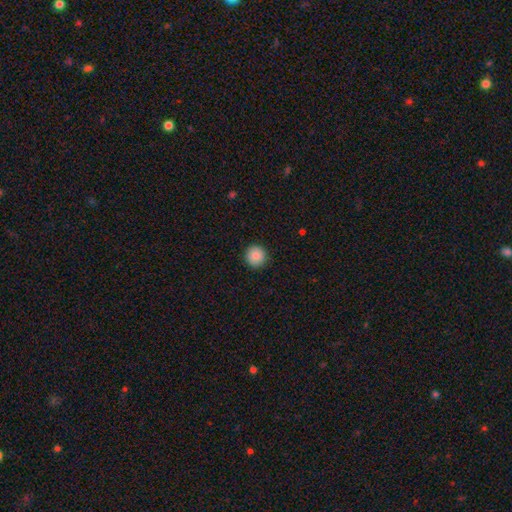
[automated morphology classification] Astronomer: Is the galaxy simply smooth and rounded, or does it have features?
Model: smooth — 88%.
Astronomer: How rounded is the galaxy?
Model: round — 95%.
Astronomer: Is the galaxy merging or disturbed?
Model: none — 92%.